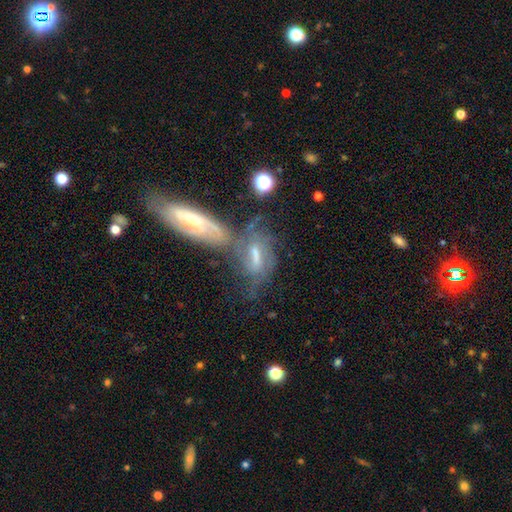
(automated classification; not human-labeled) This appears to be a featured or disk galaxy (63%) with a weak bar (44%), spiral arms (76%) and a moderate central bulge (39%). Merging: merger (44%).